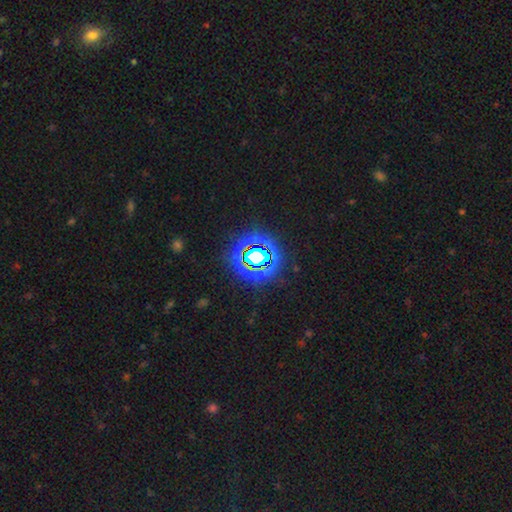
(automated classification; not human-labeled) The model was most divided on "smooth or featured": star or artifact: 73%, smooth: 16%, featured or disk: 11%.